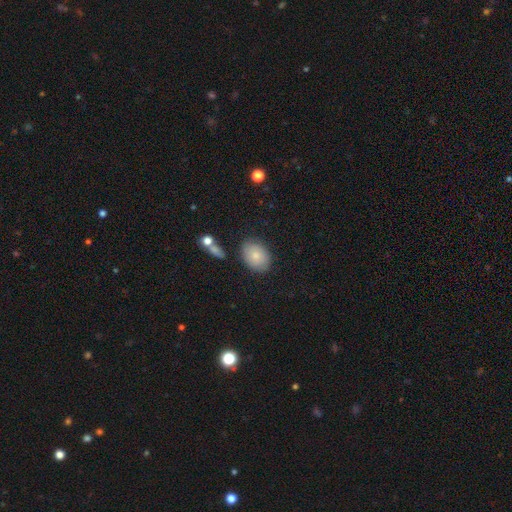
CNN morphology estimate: The model was most divided on "how rounded": in between: 72%, round: 27%, cigar-shaped: 1%. More confident: merging — none (80%); smooth or featured — smooth (80%).